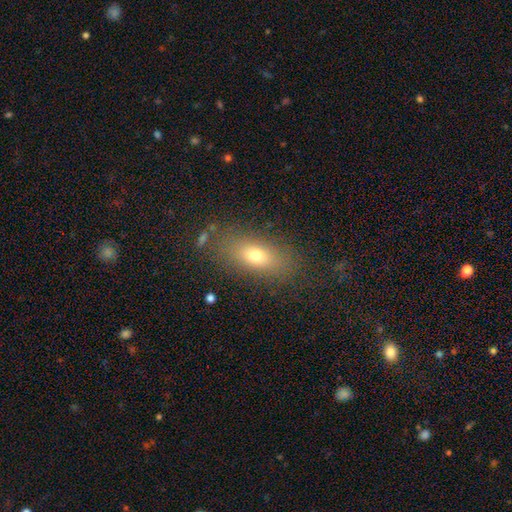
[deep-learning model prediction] smooth_or_featured: smooth (p=0.71) [alt: featured or disk p=0.18]
how_rounded: in between (p=0.75) [alt: cigar-shaped p=0.17]
merging: none (p=0.81) [alt: minor disturbance p=0.12]